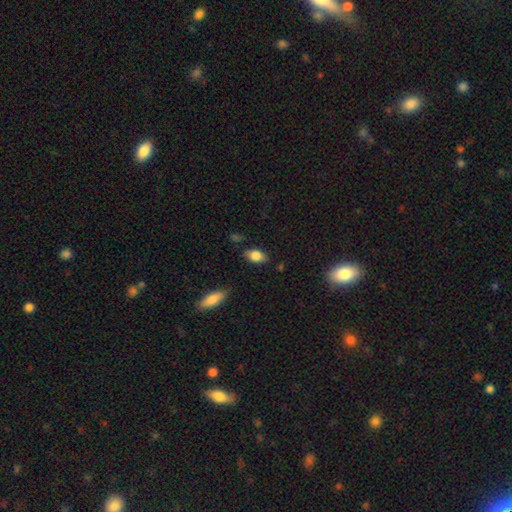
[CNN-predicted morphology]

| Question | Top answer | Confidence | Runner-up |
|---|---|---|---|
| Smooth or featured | smooth | 83% | featured or disk (9%) |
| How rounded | in between | 88% | round (8%) |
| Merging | none | 79% | minor disturbance (16%) |